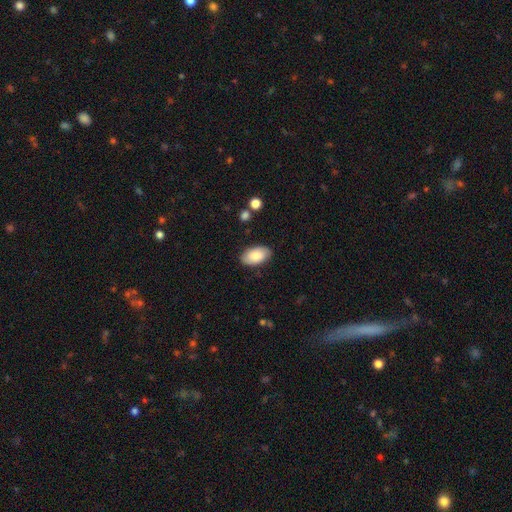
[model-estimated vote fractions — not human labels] Overall: smooth (82%). How rounded: in between (95%). Merging: none (85%).